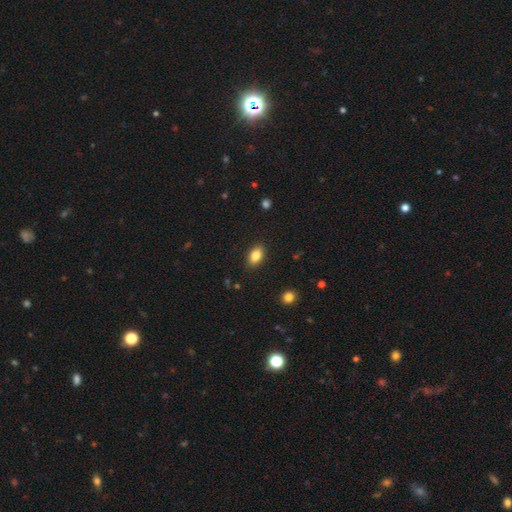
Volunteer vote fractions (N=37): Smooth or featured: smooth — 86% (featured or disk — 8%)
How rounded: in between — 91% (round — 9%)
Merging: none — 89% (minor disturbance — 9%)